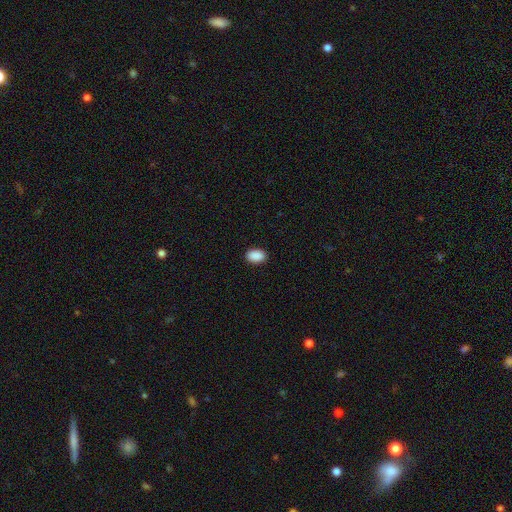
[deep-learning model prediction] Smooth or featured?
  - smooth: 91% *
  - star or artifact: 7%
  - featured or disk: 2%
How rounded?
  - in between: 88% *
  - round: 11%
  - cigar-shaped: 1%
Merging?
  - none: 90% *
  - minor disturbance: 7%
  - major disturbance: 2%
  - merger: 1%